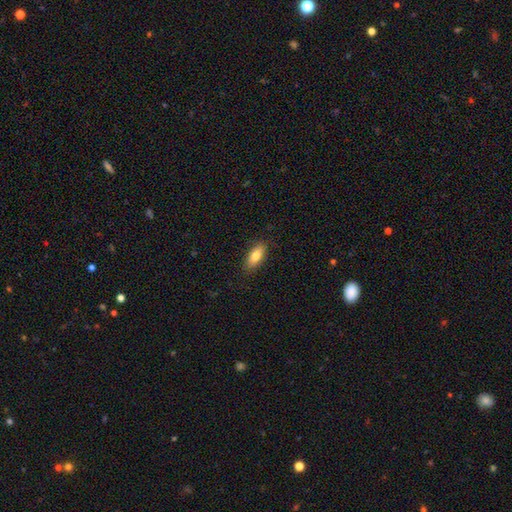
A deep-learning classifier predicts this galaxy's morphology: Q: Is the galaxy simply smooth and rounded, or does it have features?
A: smooth — 80%.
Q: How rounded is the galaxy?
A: in between — 85%.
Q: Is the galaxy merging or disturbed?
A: none — 86%.